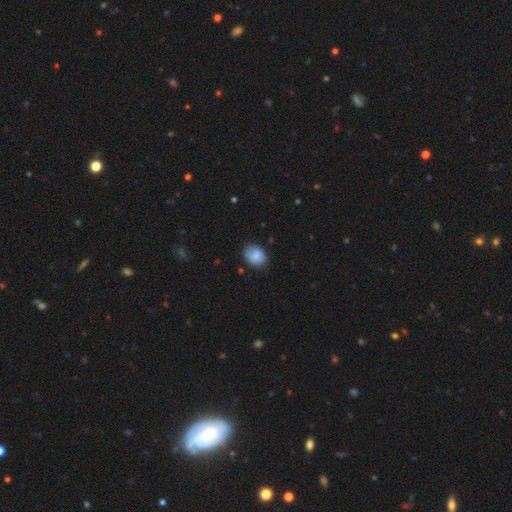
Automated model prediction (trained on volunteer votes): This appears to be a smooth galaxy with no disk features (81%) that is in between round and cigar-shaped (54%). Merging: none (72%).